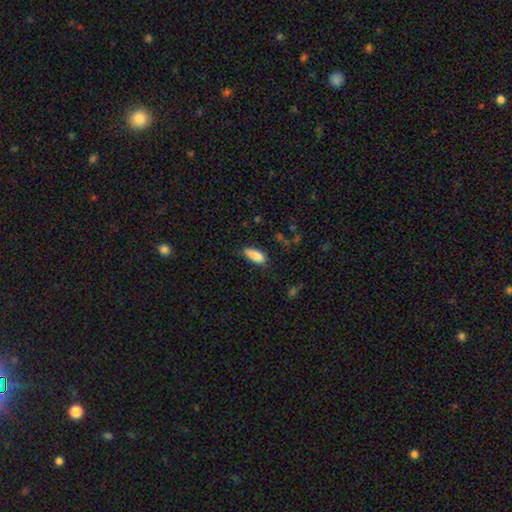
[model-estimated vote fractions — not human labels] Overall: smooth (86%). How rounded: in between (74%). Merging: none (72%).